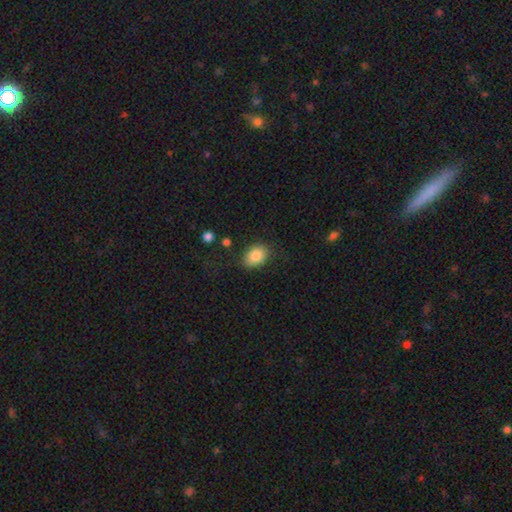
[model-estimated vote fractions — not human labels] smooth-or-featured: smooth: 85% | star or artifact: 8% | featured or disk: 7%
  how-rounded: in between: 73% | round: 26% | cigar-shaped: 1%
  merging: none: 79% | minor disturbance: 15% | major disturbance: 4% | merger: 2%